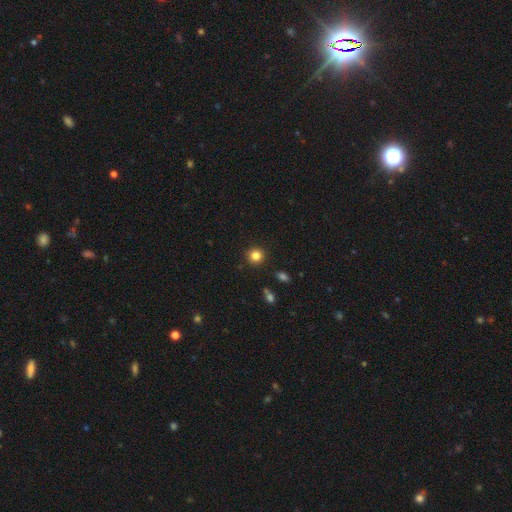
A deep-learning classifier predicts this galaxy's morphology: Smooth or featured: smooth — 83% (star or artifact — 12%)
How rounded: round — 93% (in between — 6%)
Merging: none — 91% (minor disturbance — 5%)